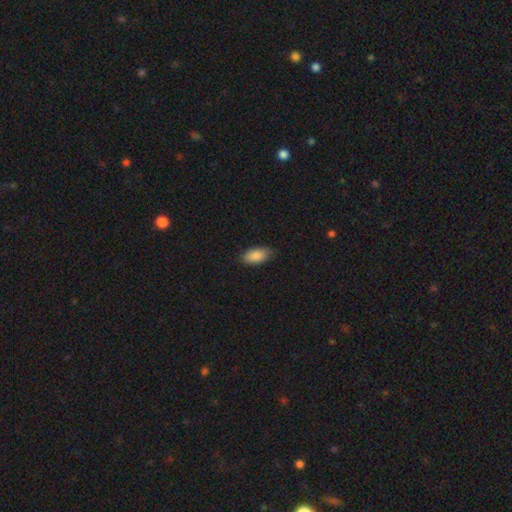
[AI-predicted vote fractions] Smooth or featured? smooth (88%)
How rounded? in between (93%)
Merging? none (81%)